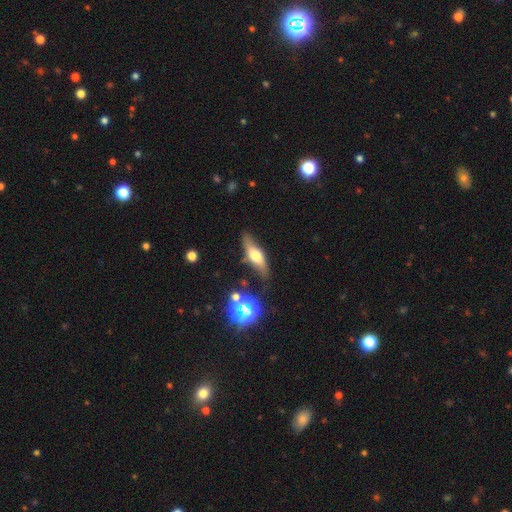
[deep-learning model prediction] Q: Smooth or featured?
A: featured or disk (47%); runner-up: smooth (44%)
Q: Merging?
A: none (76%); runner-up: minor disturbance (17%)